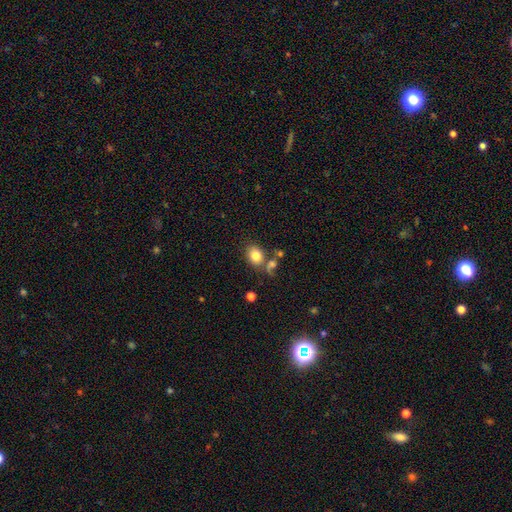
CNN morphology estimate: This is clearly a smooth galaxy (81%). How rounded: possibly in between (56%). Merging: likely none (60%).